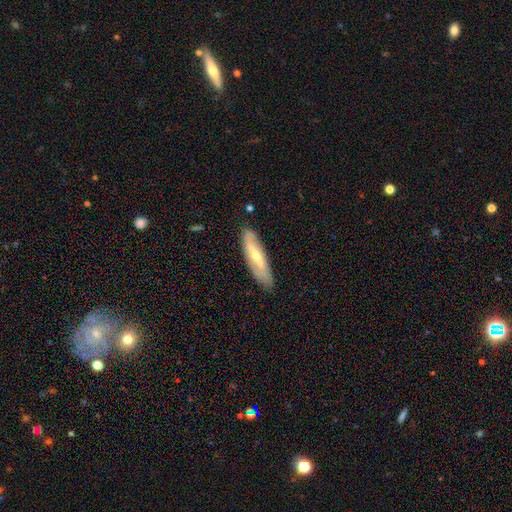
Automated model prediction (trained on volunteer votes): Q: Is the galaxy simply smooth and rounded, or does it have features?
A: featured or disk — 61%.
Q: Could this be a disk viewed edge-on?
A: no — 65%.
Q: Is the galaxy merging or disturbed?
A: none — 83%.